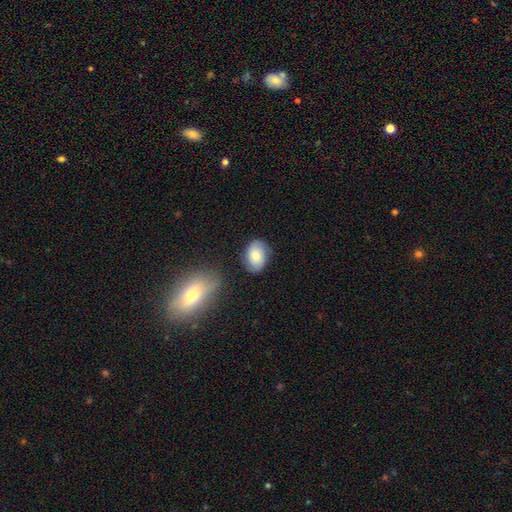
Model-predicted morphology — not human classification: The model was most divided on "how rounded": in between: 73%, round: 26%, cigar-shaped: 1%. More confident: merging — none (76%); smooth or featured — smooth (70%).